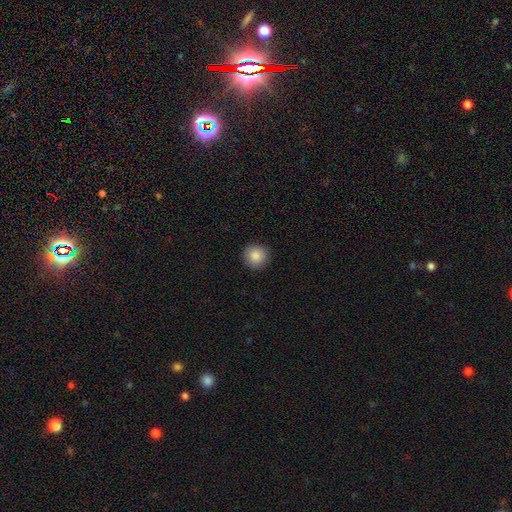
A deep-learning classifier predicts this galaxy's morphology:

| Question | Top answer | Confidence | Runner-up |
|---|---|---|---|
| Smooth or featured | smooth | 87% | star or artifact (9%) |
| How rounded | round | 94% | in between (5%) |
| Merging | none | 92% | minor disturbance (6%) |